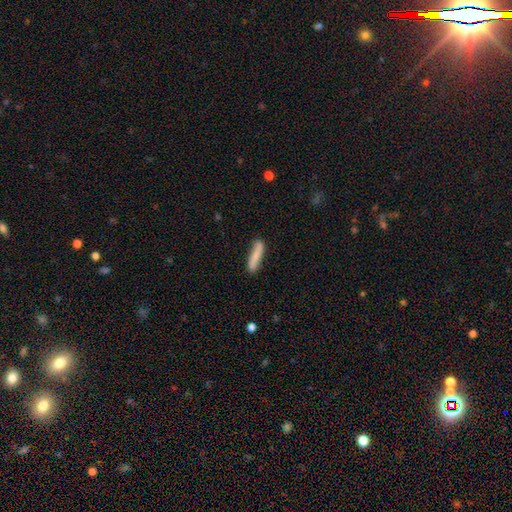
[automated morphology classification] Smooth or featured? smooth (79%)
How rounded? cigar-shaped (86%)
Merging? none (80%)